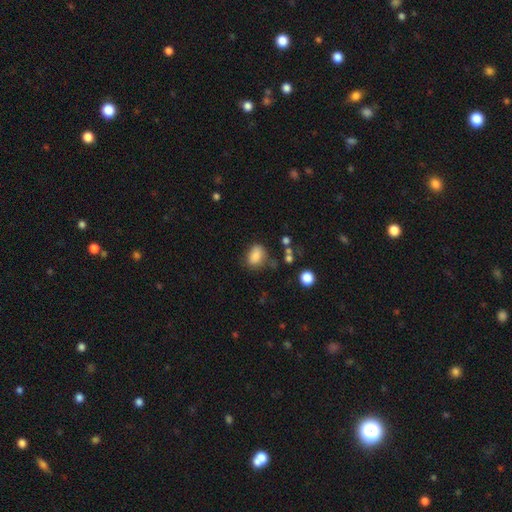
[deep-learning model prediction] The model was most divided on "merging": none: 64%, minor disturbance: 23%, major disturbance: 8%, merger: 4%. More confident: smooth or featured — smooth (84%); how rounded — in between (77%).